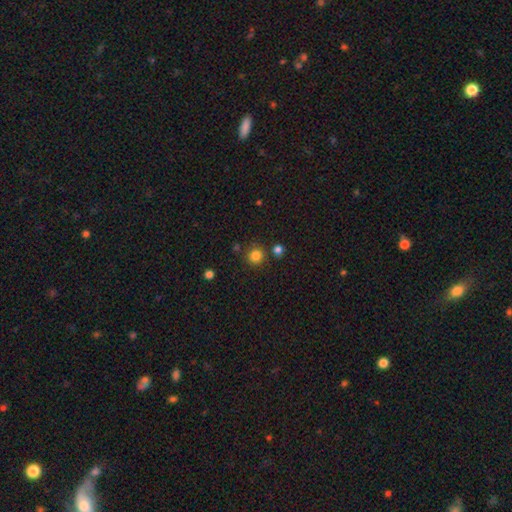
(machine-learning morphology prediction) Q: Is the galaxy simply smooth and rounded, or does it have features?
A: smooth — 82%.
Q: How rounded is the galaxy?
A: round — 93%.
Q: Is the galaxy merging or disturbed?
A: none — 82%.